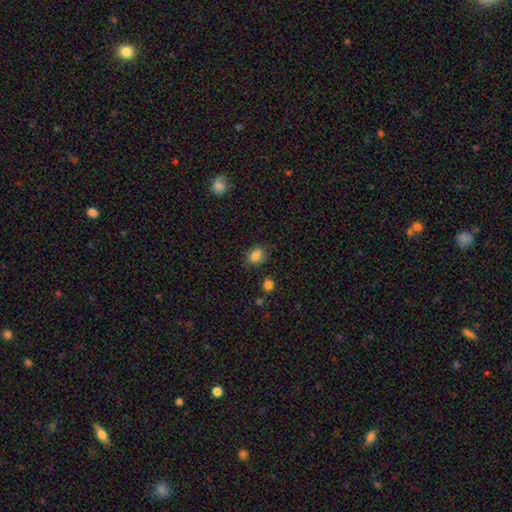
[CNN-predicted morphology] smooth-or-featured: smooth: 81% | star or artifact: 11% | featured or disk: 8%
  how-rounded: in between: 63% | round: 36% | cigar-shaped: 1%
  merging: none: 72% | minor disturbance: 20% | major disturbance: 5% | merger: 4%